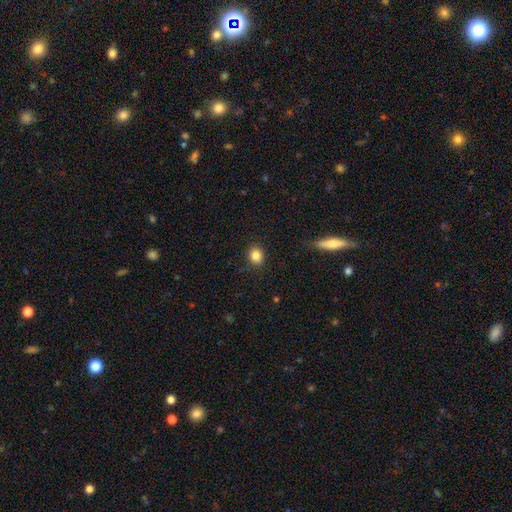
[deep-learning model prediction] This appears to be a smooth galaxy with no disk features (84%) that is round (66%). Merging: none (87%).